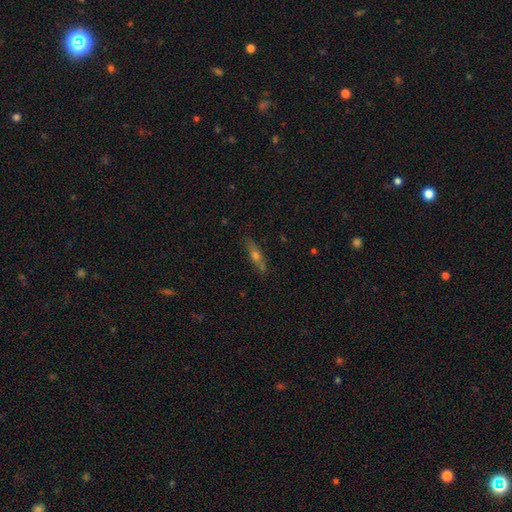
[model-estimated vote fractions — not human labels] Smooth or featured?
  - featured or disk: 55% *
  - smooth: 37%
  - star or artifact: 8%
Edge-on disk?
  - yes: 88% *
  - no: 12%
Merging?
  - none: 86% *
  - minor disturbance: 10%
  - major disturbance: 2%
  - merger: 1%